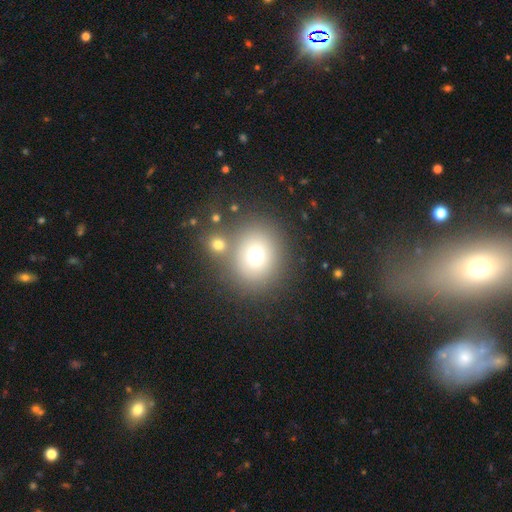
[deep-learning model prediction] smooth-or-featured: smooth: 71% | star or artifact: 15% | featured or disk: 14%
  how-rounded: round: 78% | in between: 21% | cigar-shaped: 1%
  merging: none: 66% | merger: 20% | minor disturbance: 9% | major disturbance: 5%